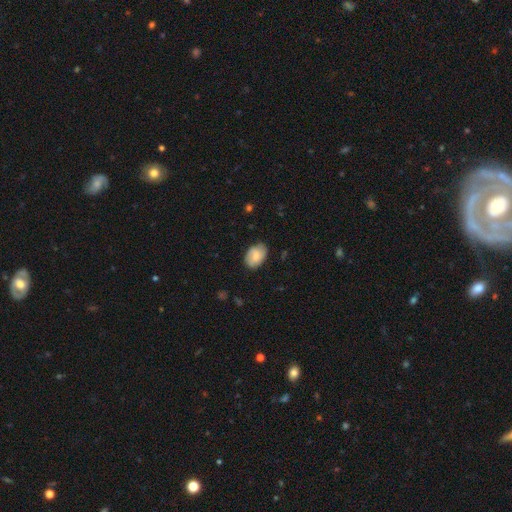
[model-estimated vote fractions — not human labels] smooth_or_featured: smooth (p=0.73) [alt: featured or disk p=0.20]
how_rounded: in between (p=0.83) [alt: round p=0.16]
merging: none (p=0.78) [alt: minor disturbance p=0.17]